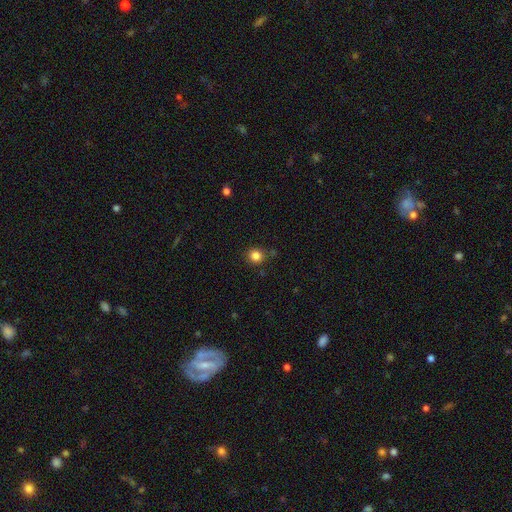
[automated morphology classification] smooth 84%, star or artifact 12%, featured or disk 4%. Down the decision tree: how rounded — round (90%); merging — none (86%).